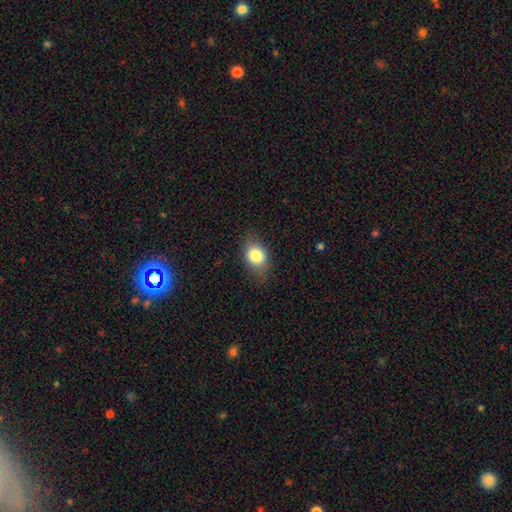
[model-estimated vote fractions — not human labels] smooth 82%, star or artifact 9%, featured or disk 9%. Down the decision tree: how rounded — in between (62%); merging — none (77%).